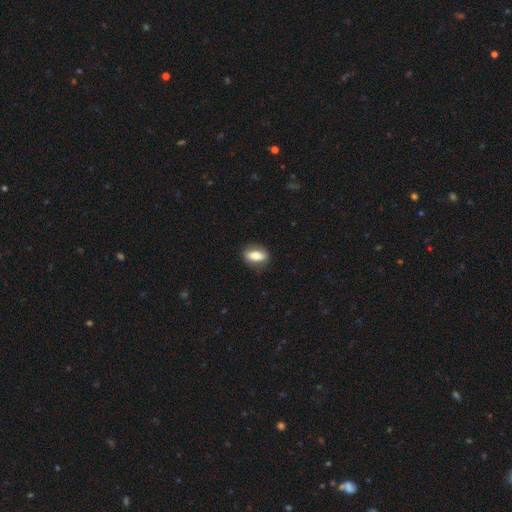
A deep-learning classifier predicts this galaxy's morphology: This is likely a smooth galaxy (76%). How rounded: clearly in between (82%). Merging: clearly none (84%).